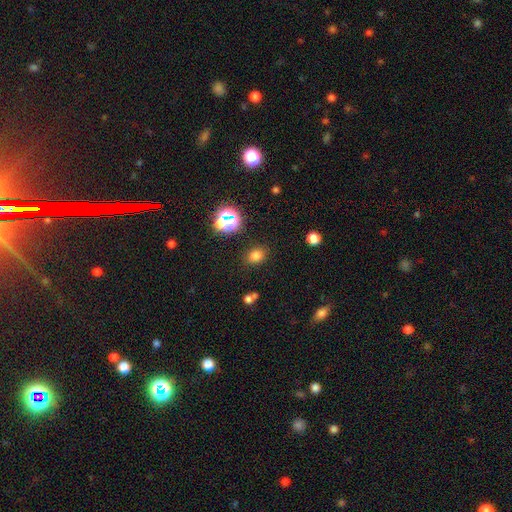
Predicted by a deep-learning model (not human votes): Smooth or featured? Predicted: smooth (p=0.75). How rounded? Predicted: in between (p=0.50). Merging? Predicted: none (p=0.84).